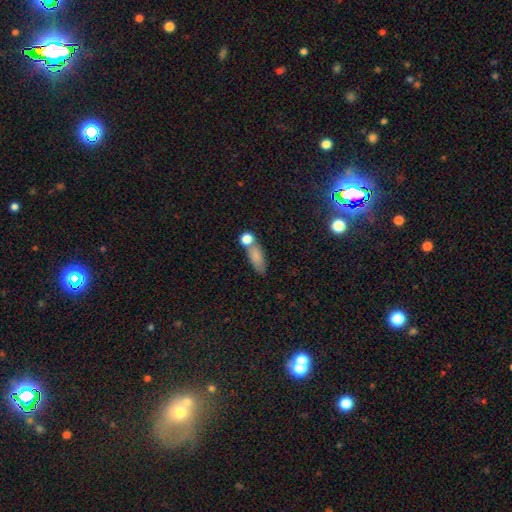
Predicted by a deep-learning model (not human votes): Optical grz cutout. It shows a smooth galaxy with no disk features (79%) that is in between round and cigar-shaped (69%). Merging: none (52%).